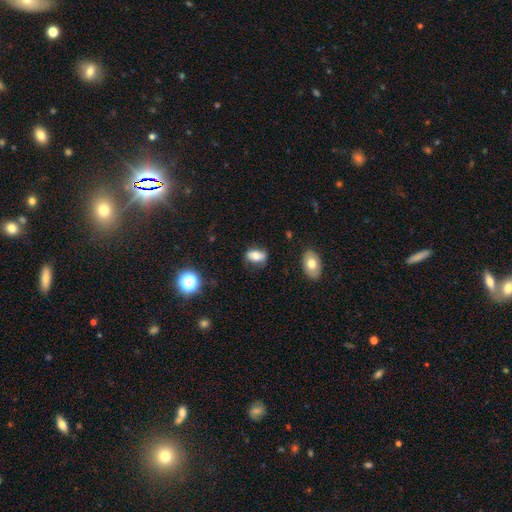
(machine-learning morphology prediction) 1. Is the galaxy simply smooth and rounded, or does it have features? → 70% smooth, 20% featured or disk, 10% star or artifact.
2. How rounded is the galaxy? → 84% in between, 11% round, 5% cigar-shaped.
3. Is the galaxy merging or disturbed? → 70% none, 21% minor disturbance, 6% major disturbance, 3% merger.